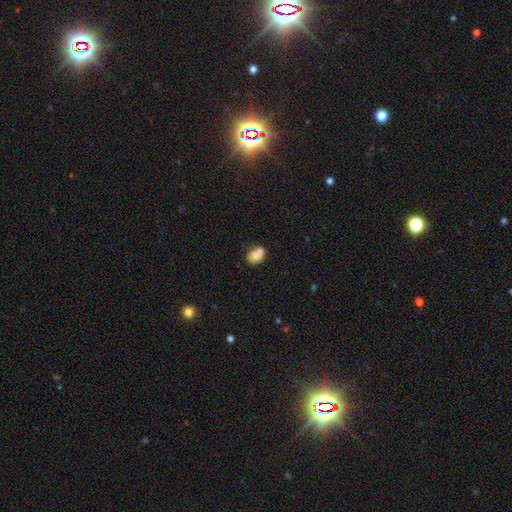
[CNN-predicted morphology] The model was most divided on "how rounded": in between: 52%, round: 47%, cigar-shaped: 1%. Remaining: smooth or featured — smooth (71%); merging — merger (47%).